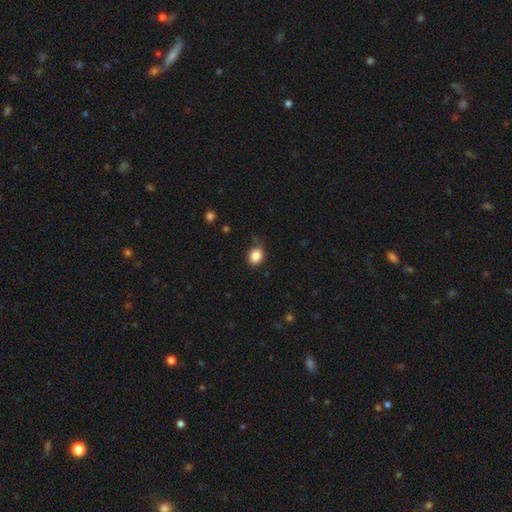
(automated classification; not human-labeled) Smooth or featured?
  - smooth: 86% *
  - star or artifact: 10%
  - featured or disk: 4%
How rounded?
  - round: 62% *
  - in between: 37%
  - cigar-shaped: 1%
Merging?
  - none: 77% *
  - minor disturbance: 18%
  - major disturbance: 4%
  - merger: 2%